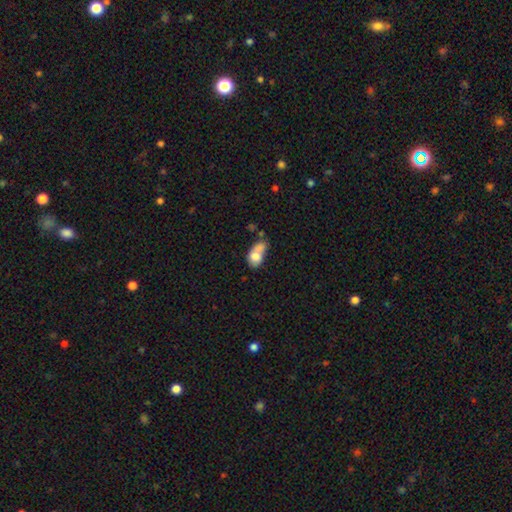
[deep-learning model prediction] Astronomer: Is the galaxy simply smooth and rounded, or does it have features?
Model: smooth — 72%.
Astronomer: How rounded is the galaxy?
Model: in between — 81%.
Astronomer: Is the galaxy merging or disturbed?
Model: merger — 40% (runner-up: minor disturbance, 23%).